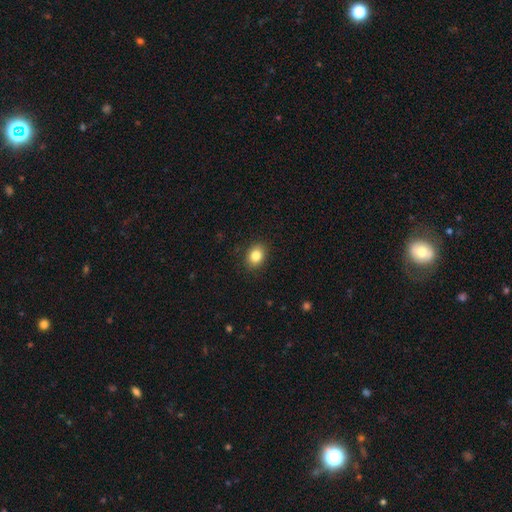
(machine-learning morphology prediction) smooth_or_featured: smooth (p=0.84) [alt: star or artifact p=0.09]
how_rounded: in between (p=0.57) [alt: round p=0.42]
merging: none (p=0.89) [alt: minor disturbance p=0.08]